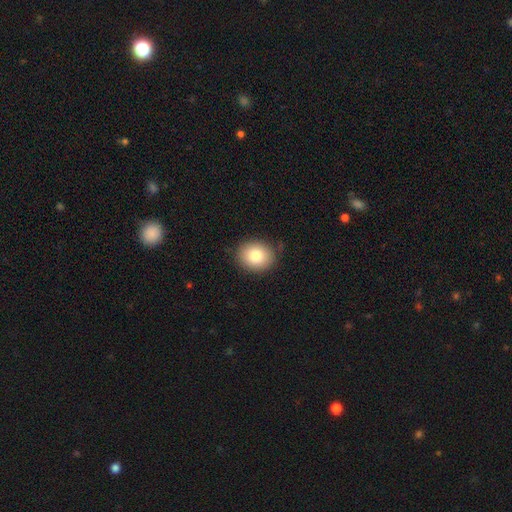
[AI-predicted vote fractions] Smooth or featured?
  - smooth: 81% *
  - featured or disk: 10%
  - star or artifact: 9%
How rounded?
  - round: 65% *
  - in between: 34%
  - cigar-shaped: 1%
Merging?
  - none: 85% *
  - minor disturbance: 11%
  - major disturbance: 3%
  - merger: 1%